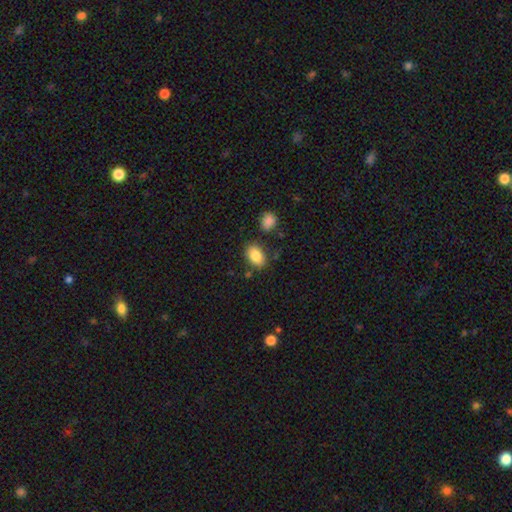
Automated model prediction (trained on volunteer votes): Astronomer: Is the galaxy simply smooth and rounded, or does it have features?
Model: smooth — 84%.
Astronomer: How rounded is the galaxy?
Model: in between — 86%.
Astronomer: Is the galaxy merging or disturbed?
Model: none — 80%.